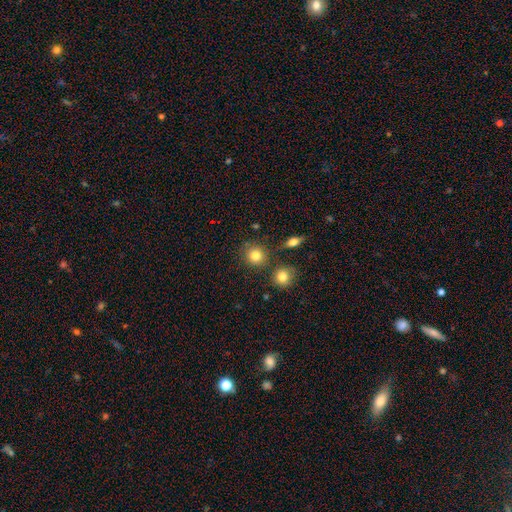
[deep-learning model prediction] Q: Smooth or featured?
A: smooth (82%); runner-up: star or artifact (11%)
Q: How rounded?
A: round (88%); runner-up: in between (11%)
Q: Merging?
A: none (78%); runner-up: merger (10%)